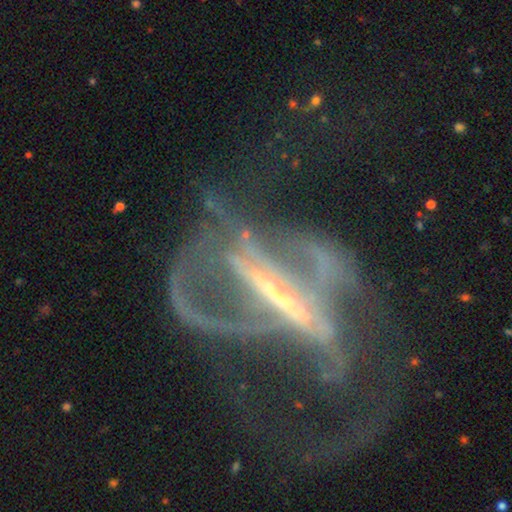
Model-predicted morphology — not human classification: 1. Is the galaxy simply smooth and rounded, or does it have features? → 80% featured or disk, 12% star or artifact, 8% smooth.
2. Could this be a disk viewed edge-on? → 77% no, 23% yes.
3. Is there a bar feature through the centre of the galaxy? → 63% strong, 18% weak, 18% no.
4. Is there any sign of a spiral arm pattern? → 58% yes, 42% no.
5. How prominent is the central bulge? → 47% small, 31% moderate, 15% none, 5% large, 2% dominant.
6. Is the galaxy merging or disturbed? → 55% major disturbance, 22% none, 12% merger, 11% minor disturbance.